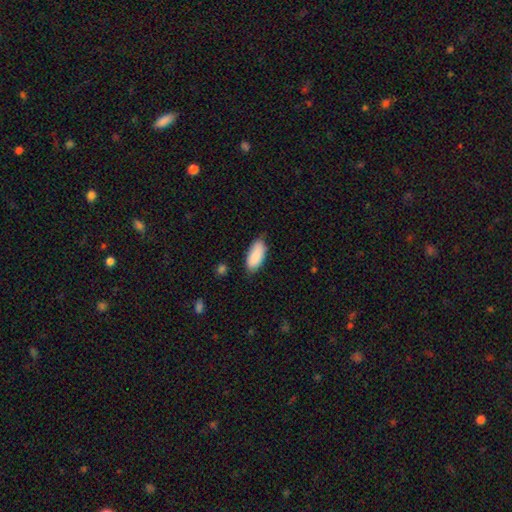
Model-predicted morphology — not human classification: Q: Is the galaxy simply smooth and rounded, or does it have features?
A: smooth — 89%.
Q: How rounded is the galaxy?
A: in between — 89%.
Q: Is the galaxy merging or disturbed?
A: none — 76%.